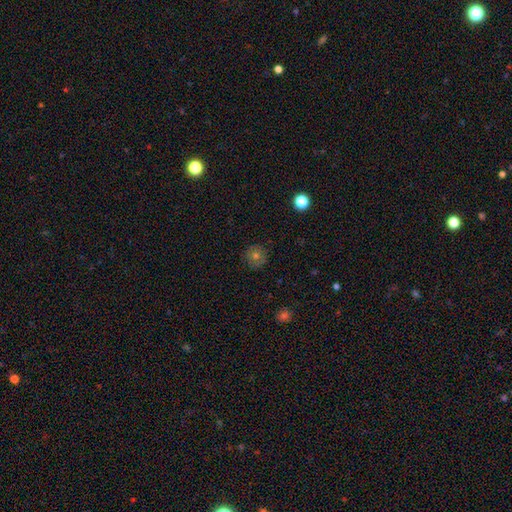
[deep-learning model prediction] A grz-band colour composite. It shows a smooth galaxy with no disk features (63%) that is round (94%). Merging: none (87%).